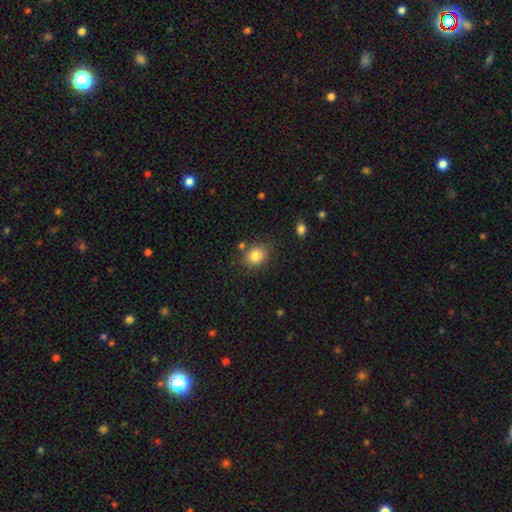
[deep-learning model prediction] This is clearly a smooth galaxy (83%). How rounded: possibly round (56%). Merging: likely none (78%).